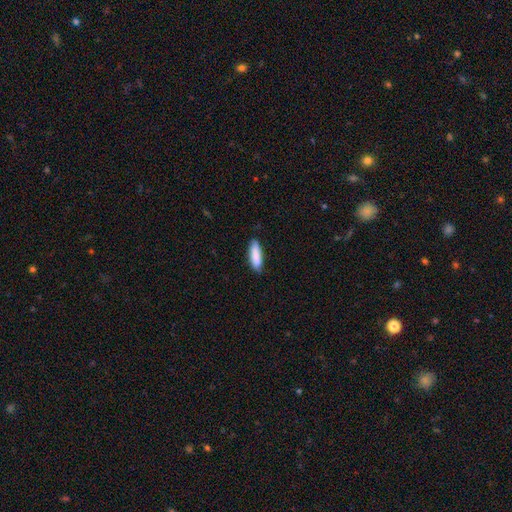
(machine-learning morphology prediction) Smooth or featured? smooth (89%)
How rounded? in between (52%)
Merging? none (84%)